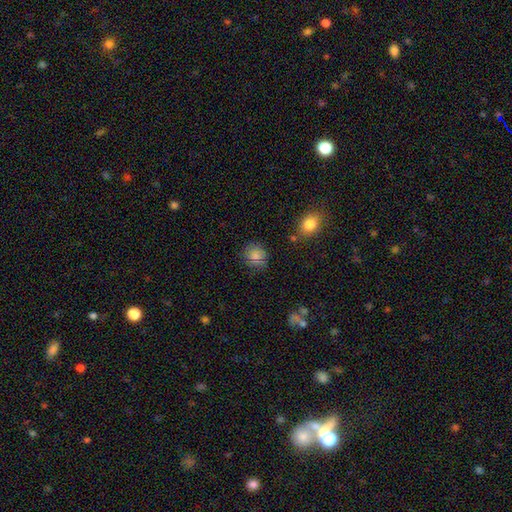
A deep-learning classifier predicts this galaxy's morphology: Q: Smooth or featured?
A: smooth (80%); runner-up: star or artifact (11%)
Q: How rounded?
A: round (79%); runner-up: in between (20%)
Q: Merging?
A: none (78%); runner-up: minor disturbance (15%)